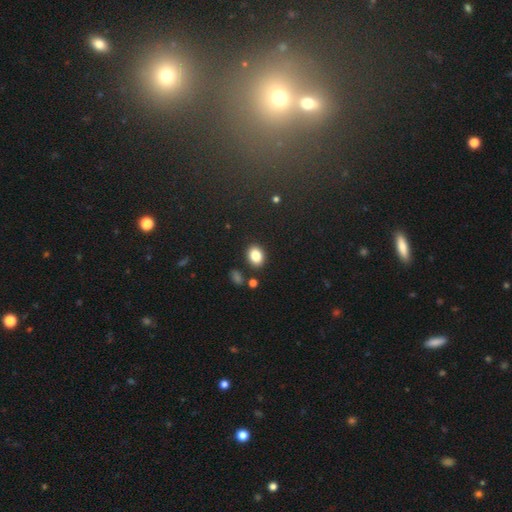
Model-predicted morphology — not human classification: smooth 84%, star or artifact 9%, featured or disk 7%. Down the decision tree: how rounded — in between (65%); merging — none (85%).